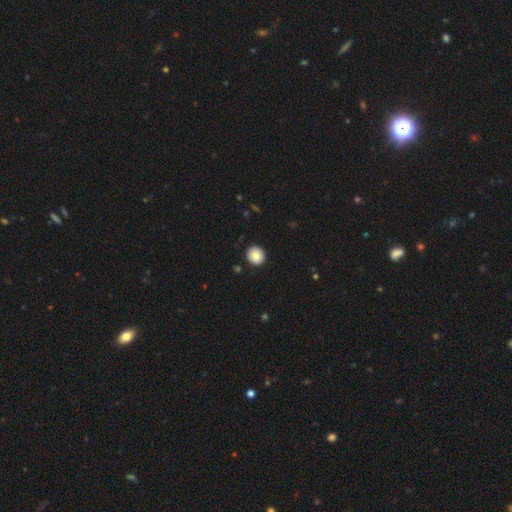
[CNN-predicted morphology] A smooth galaxy with no disk features (82%) that is round (91%).

Vote fractions:
- Smooth or featured? smooth: 82% / featured or disk: 10% / star or artifact: 8%
- How rounded? round: 91% / in between: 9% / cigar-shaped: 1%
- Merging? none: 92% / minor disturbance: 6% / major disturbance: 2% / merger: 1%